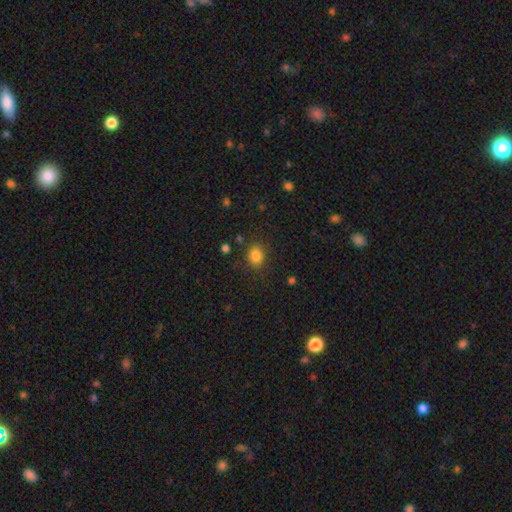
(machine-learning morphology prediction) Smooth or featured?
  - smooth: 83% *
  - star or artifact: 12%
  - featured or disk: 5%
How rounded?
  - round: 65% *
  - in between: 34%
  - cigar-shaped: 1%
Merging?
  - none: 82% *
  - minor disturbance: 12%
  - major disturbance: 4%
  - merger: 2%